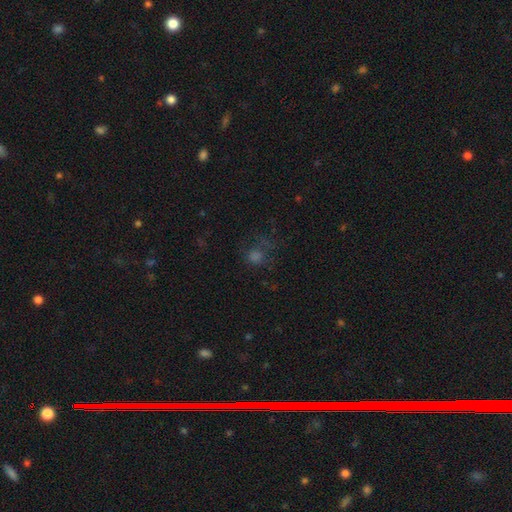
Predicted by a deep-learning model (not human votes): smooth 50%, star or artifact 35%, featured or disk 15%. Down the decision tree: how rounded — round (82%); merging — none (61%).